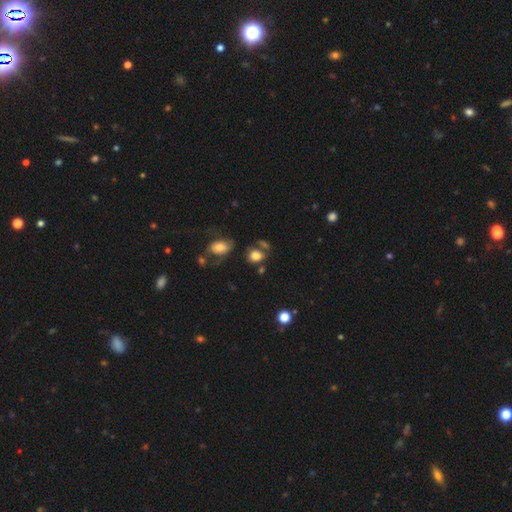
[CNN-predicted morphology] Q: Smooth or featured?
A: smooth (79%); runner-up: star or artifact (13%)
Q: How rounded?
A: in between (58%); runner-up: round (40%)
Q: Merging?
A: none (59%); runner-up: merger (18%)